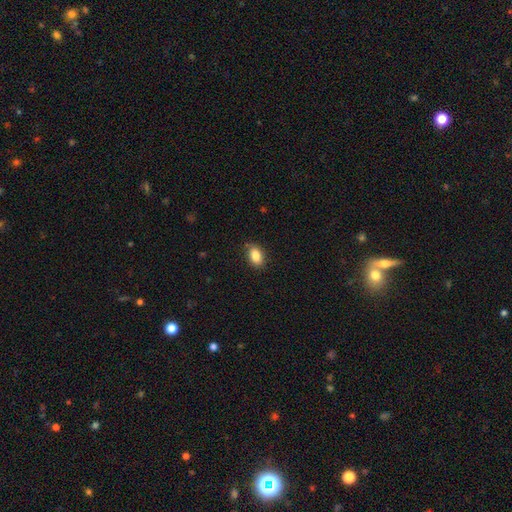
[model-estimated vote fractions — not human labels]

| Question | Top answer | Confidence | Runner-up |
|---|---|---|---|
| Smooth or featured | smooth | 85% | star or artifact (8%) |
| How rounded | in between | 87% | round (11%) |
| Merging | none | 85% | minor disturbance (12%) |